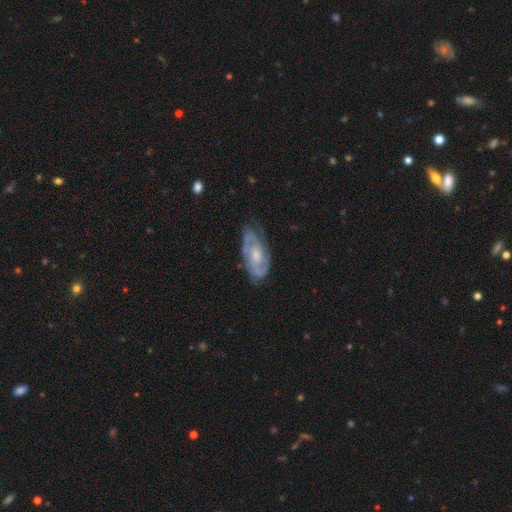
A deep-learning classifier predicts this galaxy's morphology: smooth_or_featured: featured or disk (p=0.80) [alt: smooth p=0.14]
disk_edge_on: no (p=0.93) [alt: yes p=0.07]
bar: no (p=0.65) [alt: weak p=0.29]
has_spiral_arms: yes (p=0.91) [alt: no p=0.09]
spiral_winding: tight (p=0.53) [alt: medium p=0.37]
spiral_arm_count: 2 (p=0.54) [alt: can't tell p=0.26]
bulge_size: small (p=0.47) [alt: moderate p=0.44]
merging: none (p=0.67) [alt: minor disturbance p=0.24]